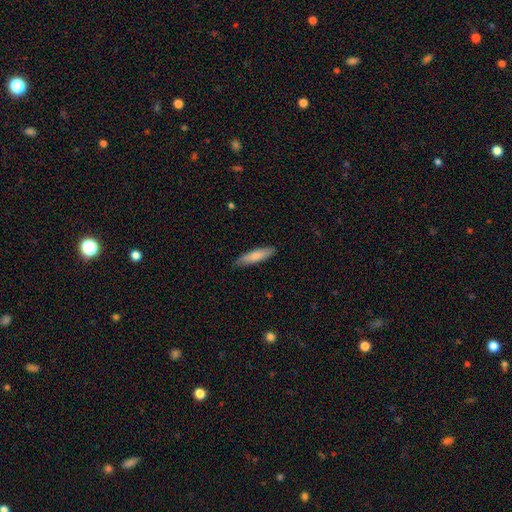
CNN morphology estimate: A smooth galaxy with no disk features (79%) that is cigar-shaped (76%).

Vote fractions:
- Smooth or featured? smooth: 79% / featured or disk: 15% / star or artifact: 5%
- How rounded? cigar-shaped: 76% / in between: 23% / round: 1%
- Merging? none: 84% / minor disturbance: 13% / major disturbance: 2% / merger: 1%